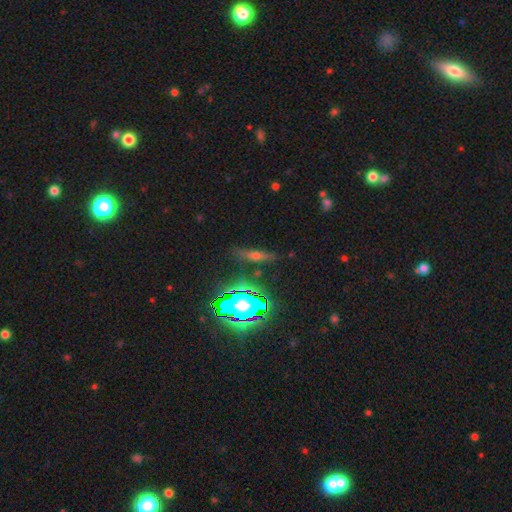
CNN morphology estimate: featured or disk 39%, smooth 37%, star or artifact 23%. Down the decision tree: merging — none (81%).